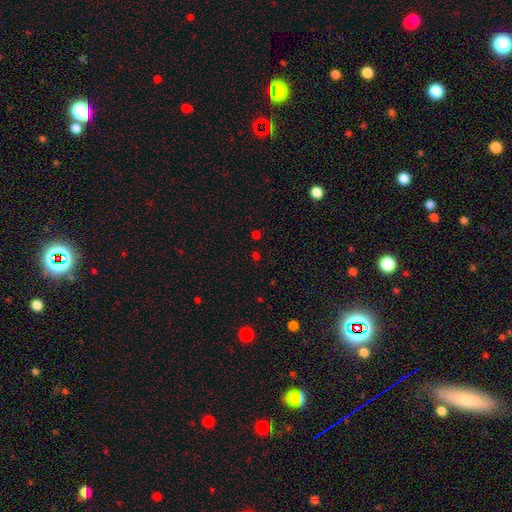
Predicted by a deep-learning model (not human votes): Q: Smooth or featured?
A: smooth (49%); runner-up: star or artifact (45%)
Q: Merging?
A: none (81%); runner-up: minor disturbance (10%)